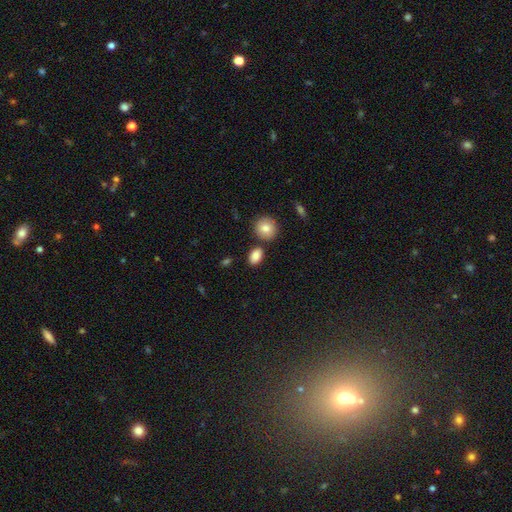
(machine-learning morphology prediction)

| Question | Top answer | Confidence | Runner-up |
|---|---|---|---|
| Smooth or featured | smooth | 86% | star or artifact (8%) |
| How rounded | in between | 80% | round (18%) |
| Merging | none | 78% | minor disturbance (10%) |